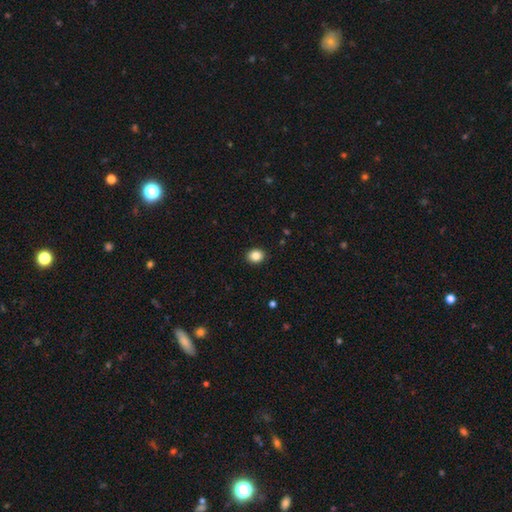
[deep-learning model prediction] The model was most divided on "how rounded": round: 62%, in between: 37%, cigar-shaped: 1%. More confident: merging — none (92%); smooth or featured — smooth (85%).